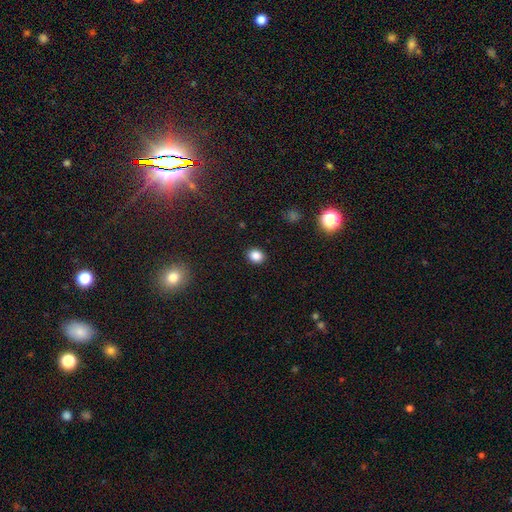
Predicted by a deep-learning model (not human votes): The model was most divided on "how rounded": round: 60%, in between: 39%, cigar-shaped: 1%. More confident: merging — none (90%); smooth or featured — smooth (86%).